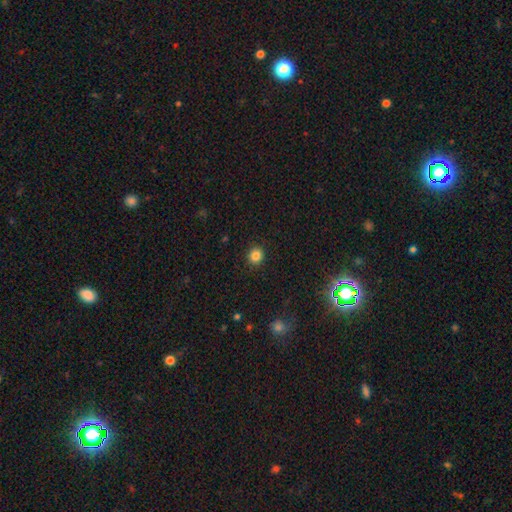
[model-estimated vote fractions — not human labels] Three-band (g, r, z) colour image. It shows a smooth galaxy with no disk features (85%) that is round (85%). Merging: none (91%).